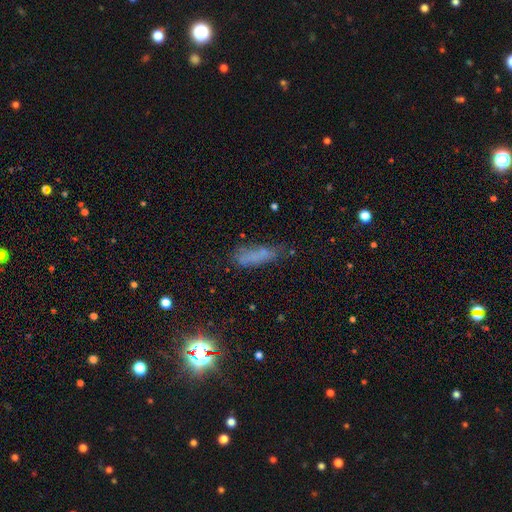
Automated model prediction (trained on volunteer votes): This appears to be a smooth galaxy with no disk features (61%) that is cigar-shaped (60%). Merging: none (54%).